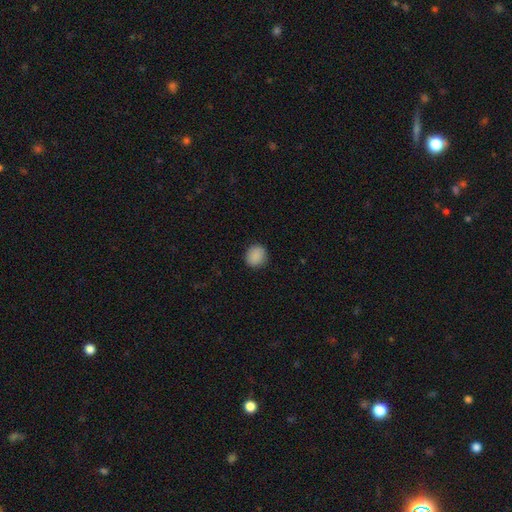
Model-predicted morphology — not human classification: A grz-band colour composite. It shows a smooth galaxy with no disk features (89%) that is round (79%). Merging: none (89%).